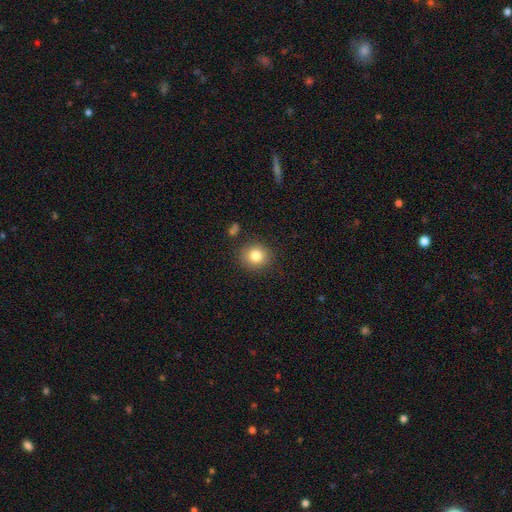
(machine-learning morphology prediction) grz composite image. It shows a smooth galaxy with no disk features (82%) that is round (84%). Merging: none (86%).